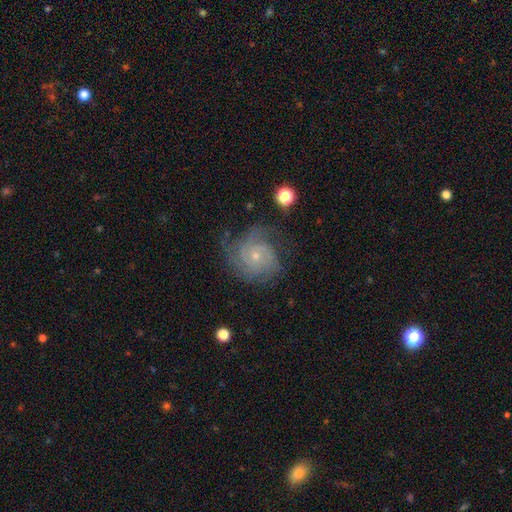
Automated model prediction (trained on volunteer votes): This is clearly a featured or disk galaxy (82%). It is clearly not viewed edge-on (98%). Bar: likely no (76%). Spiral arm pattern: clearly yes (96%). Spiral arm count: marginally 3 (29%). Spiral winding: likely tight (63%). Central bulge: likely small (71%). Merging: likely none (64%).